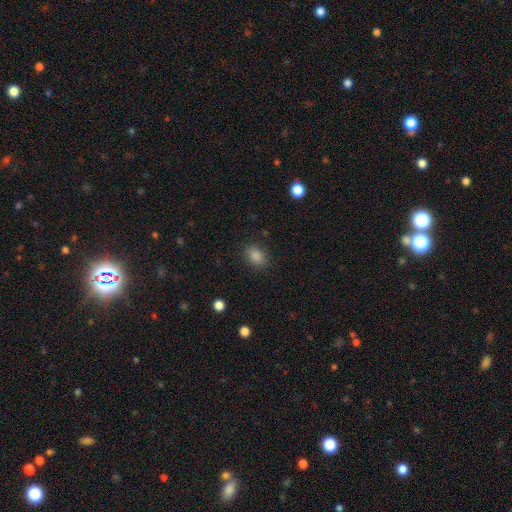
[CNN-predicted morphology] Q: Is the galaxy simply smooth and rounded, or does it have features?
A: smooth — 84%.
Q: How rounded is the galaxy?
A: in between — 70%.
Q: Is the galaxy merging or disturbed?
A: none — 86%.